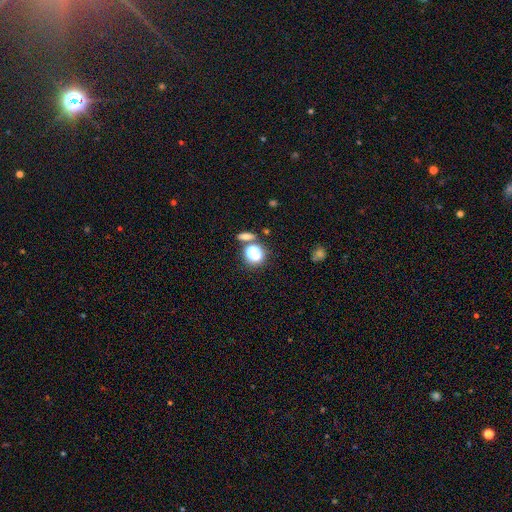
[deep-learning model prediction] Smooth or featured? smooth (57%)
How rounded? round (70%)
Merging? none (68%)